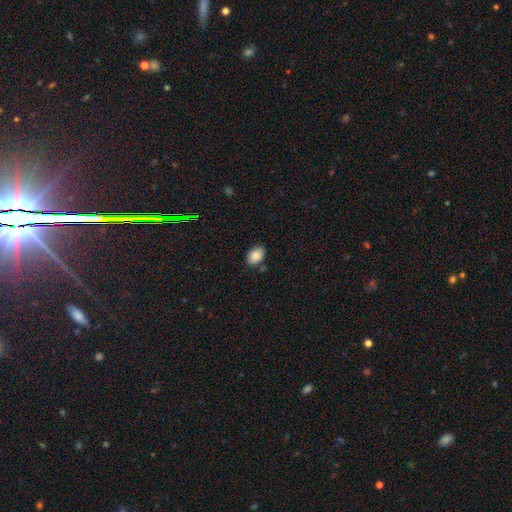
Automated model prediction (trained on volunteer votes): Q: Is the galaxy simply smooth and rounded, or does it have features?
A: smooth — 85%.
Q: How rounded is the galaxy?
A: in between — 86%.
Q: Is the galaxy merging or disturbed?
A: none — 80%.